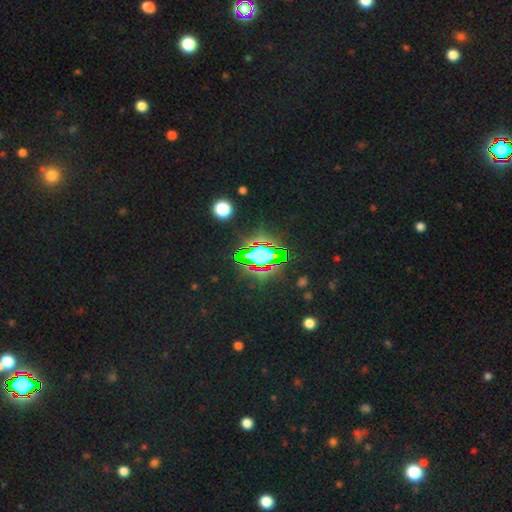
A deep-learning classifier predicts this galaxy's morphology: A star or artifact, not a galaxy (73%).

Vote fractions:
- Smooth or featured? star or artifact: 73% / smooth: 16% / featured or disk: 12%